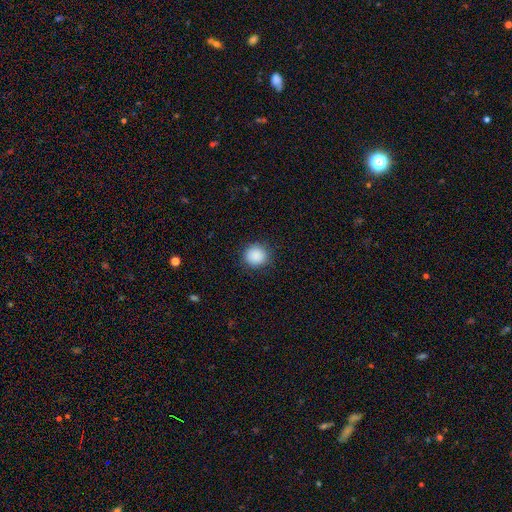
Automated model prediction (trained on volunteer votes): Morphology: type=smooth (89%); roundness=round (92%); merging=none (89%).